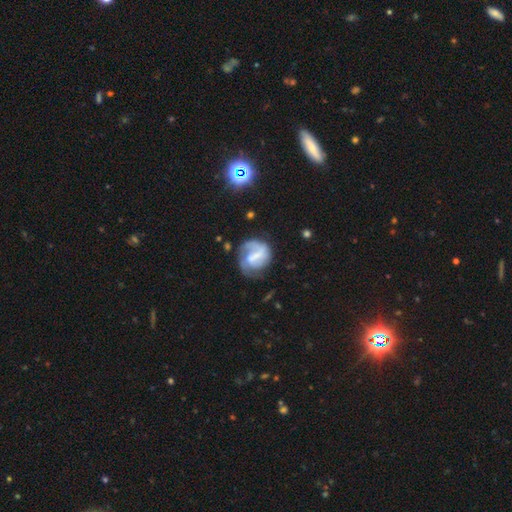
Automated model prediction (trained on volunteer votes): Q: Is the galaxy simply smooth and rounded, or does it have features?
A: featured or disk — 63%.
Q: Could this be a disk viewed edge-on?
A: no — 97%.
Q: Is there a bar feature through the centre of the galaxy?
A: weak — 46%.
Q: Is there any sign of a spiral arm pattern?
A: yes — 75%.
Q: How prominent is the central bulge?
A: small — 34%.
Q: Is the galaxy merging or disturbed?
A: none — 50%.